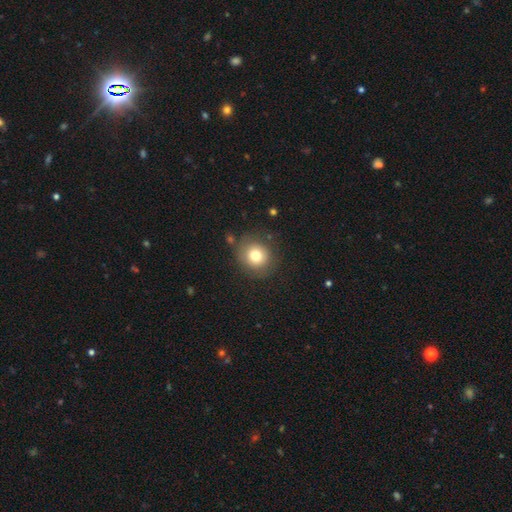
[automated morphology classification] This is likely a smooth galaxy (77%). How rounded: clearly round (88%). Merging: clearly none (82%).